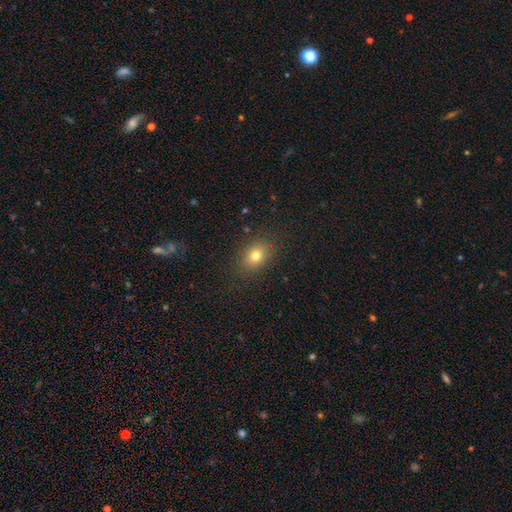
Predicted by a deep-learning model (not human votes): A smooth galaxy with no disk features (77%) that is in between round and cigar-shaped (66%). Merging: none (86%).